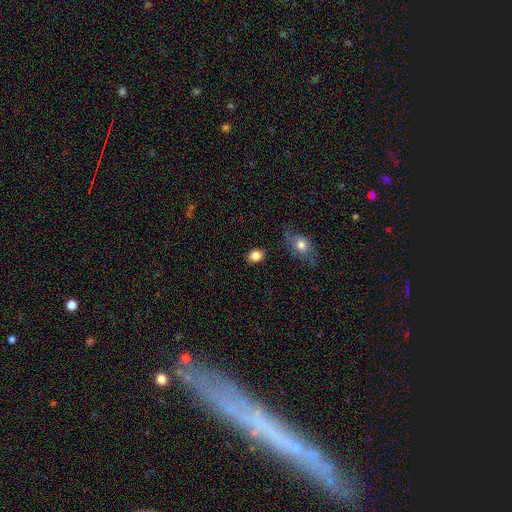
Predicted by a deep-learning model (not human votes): This is clearly a smooth galaxy (85%). How rounded: possibly in between (58%). Merging: clearly none (85%).